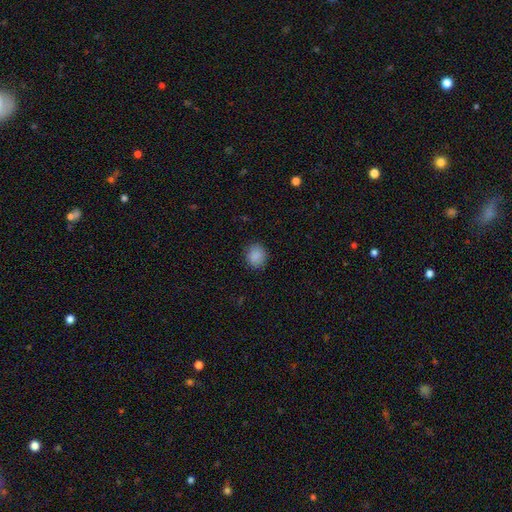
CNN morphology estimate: type=smooth (88%); roundness=round (73%); merging=none (88%).